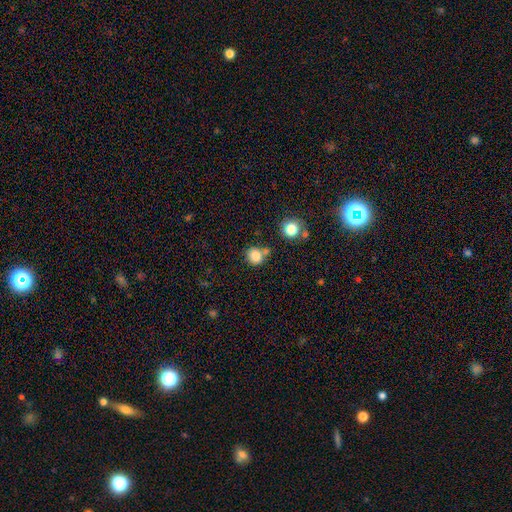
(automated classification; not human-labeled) Smooth or featured? smooth (84%)
How rounded? round (79%)
Merging? none (62%)